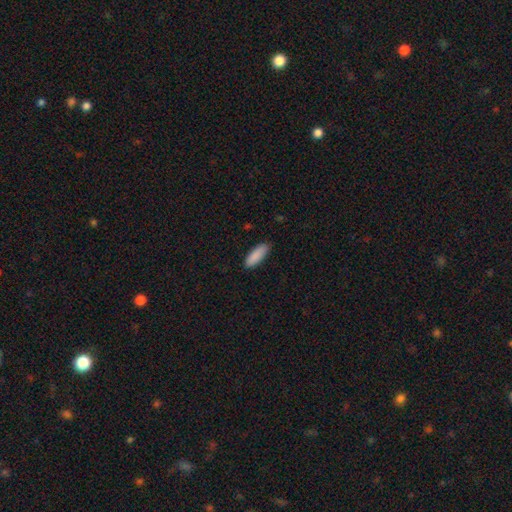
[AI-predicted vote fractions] Smooth or featured: smooth — 89% (star or artifact — 6%)
How rounded: in between — 64% (cigar-shaped — 34%)
Merging: none — 87% (minor disturbance — 10%)